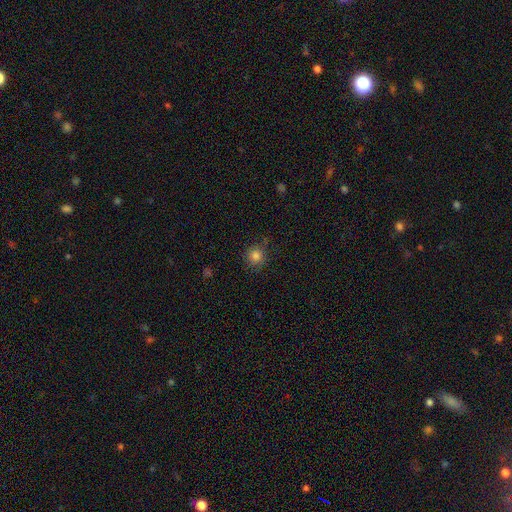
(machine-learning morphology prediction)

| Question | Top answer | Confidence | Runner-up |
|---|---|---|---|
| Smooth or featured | smooth | 82% | star or artifact (12%) |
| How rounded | round | 92% | in between (7%) |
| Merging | none | 84% | minor disturbance (11%) |